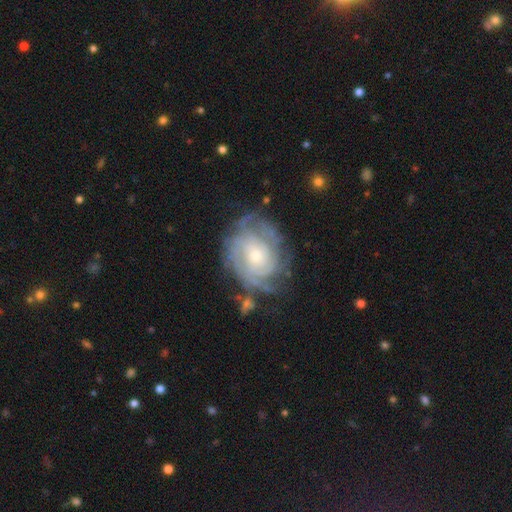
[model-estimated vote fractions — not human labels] featured or disk 82%, smooth 11%, star or artifact 6%. Down the decision tree: edge-on disk — no (97%); bar — no (77%); spiral arms — yes (92%); spiral arm count — can't tell (46%); spiral winding — tight (73%); bulge size — small (63%); merging — none (63%).